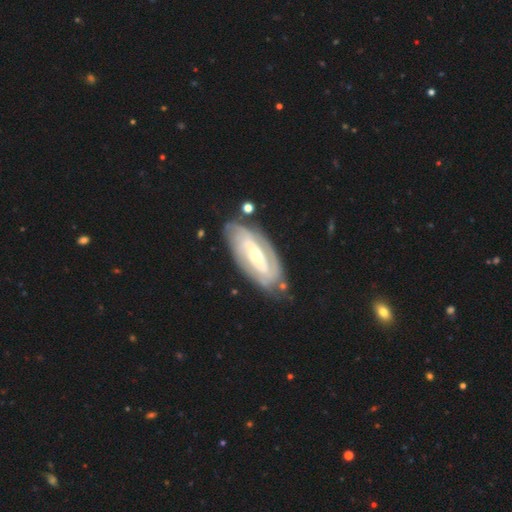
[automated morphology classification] featured or disk 82%, smooth 13%, star or artifact 5%. Down the decision tree: edge-on disk — no (92%); bar — no (44%); spiral arms — yes (89%); spiral arm count — 2 (46%); spiral winding — tight (67%); bulge size — moderate (51%); merging — none (73%).